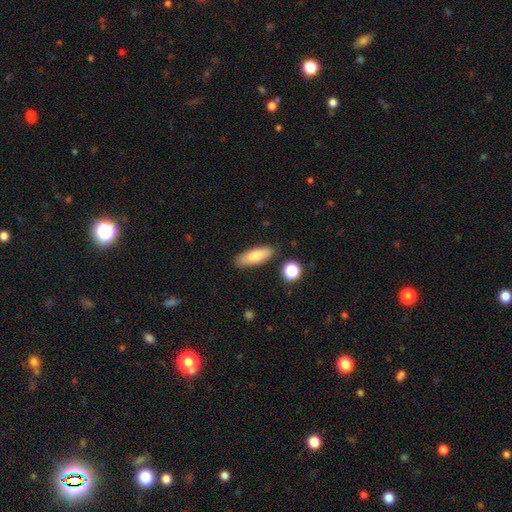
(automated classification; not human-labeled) This appears to be a smooth galaxy with no disk features (80%) that is in between round and cigar-shaped (64%). Merging: none (83%).